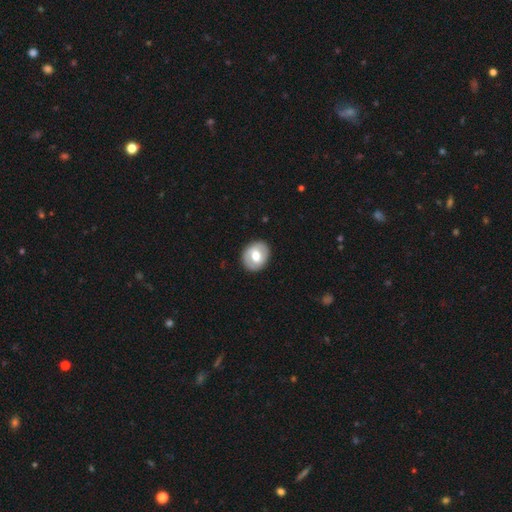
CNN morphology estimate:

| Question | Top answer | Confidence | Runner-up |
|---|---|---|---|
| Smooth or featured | featured or disk | 47% | tied: smooth (47%) |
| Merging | none | 87% | minor disturbance (9%) |